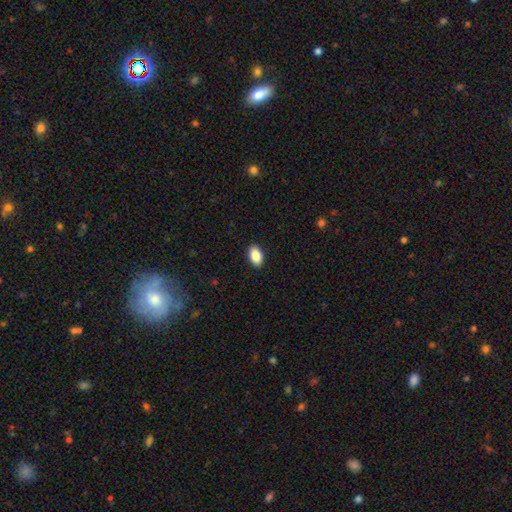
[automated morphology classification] Smooth or featured?
  - smooth: 87% *
  - star or artifact: 7%
  - featured or disk: 5%
How rounded?
  - in between: 92% *
  - round: 7%
  - cigar-shaped: 2%
Merging?
  - none: 91% *
  - minor disturbance: 7%
  - major disturbance: 2%
  - merger: 1%